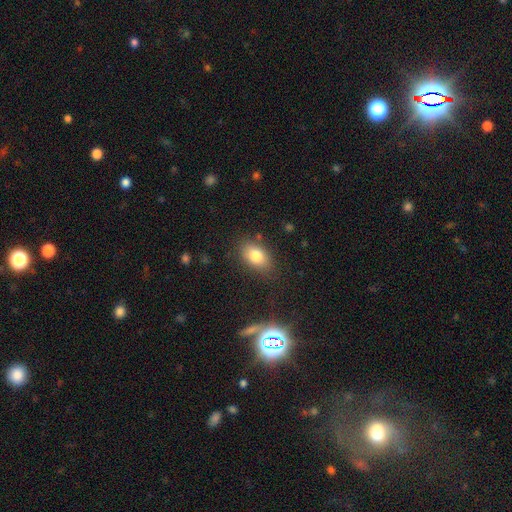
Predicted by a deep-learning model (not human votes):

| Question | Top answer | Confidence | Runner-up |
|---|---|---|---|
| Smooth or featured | smooth | 80% | featured or disk (10%) |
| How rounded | in between | 84% | round (14%) |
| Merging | none | 81% | minor disturbance (13%) |